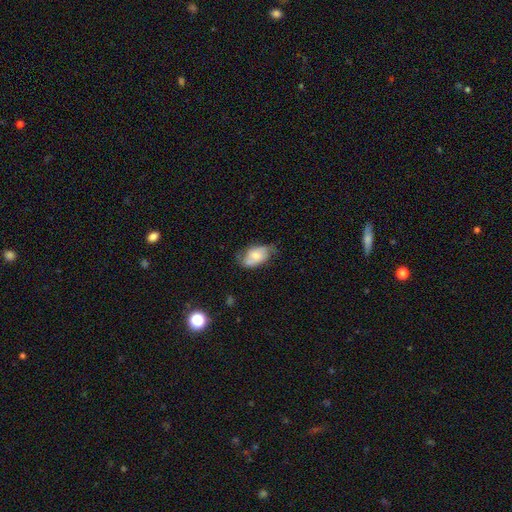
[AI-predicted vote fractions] Smooth or featured? Predicted: smooth (p=0.52). How rounded? Predicted: in between (p=0.90). Merging? Predicted: none (p=0.55).